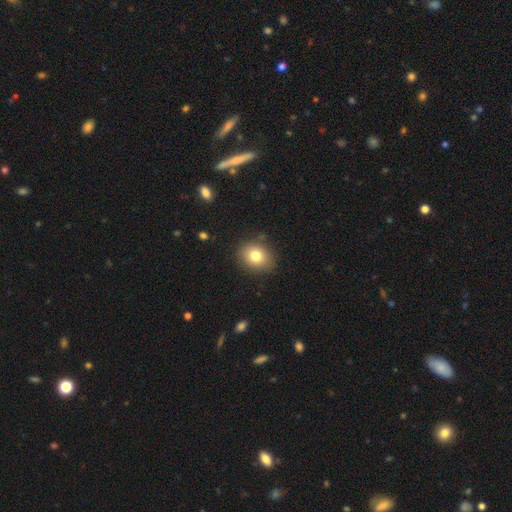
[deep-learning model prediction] A smooth galaxy with no disk features (78%) that is round (59%).

Vote fractions:
- Smooth or featured? smooth: 78% / star or artifact: 11% / featured or disk: 11%
- How rounded? round: 59% / in between: 40% / cigar-shaped: 1%
- Merging? none: 87% / minor disturbance: 9% / major disturbance: 3% / merger: 2%